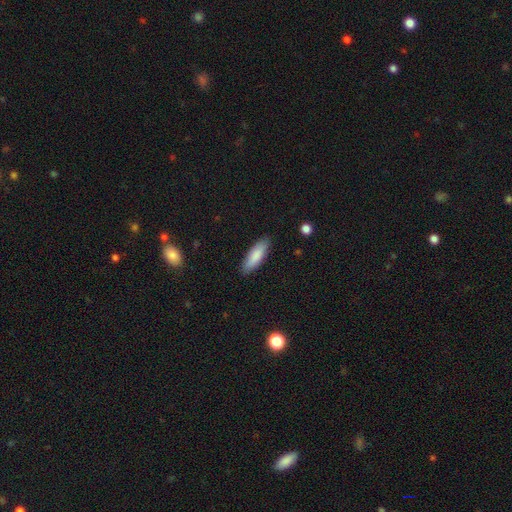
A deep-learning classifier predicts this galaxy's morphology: type=smooth (85%); roundness=in between (54%); merging=none (87%).